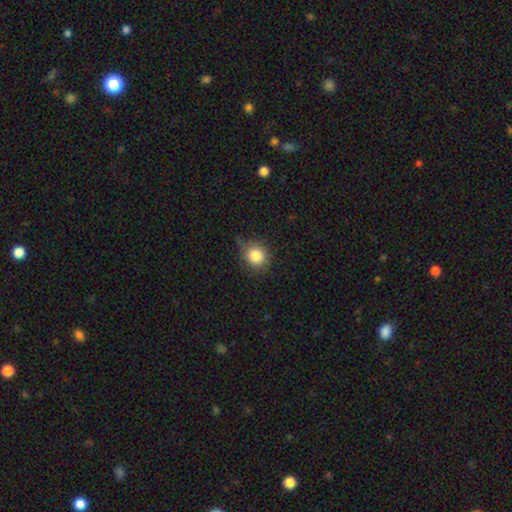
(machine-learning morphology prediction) Smooth or featured? smooth (83%)
How rounded? round (86%)
Merging? none (69%)